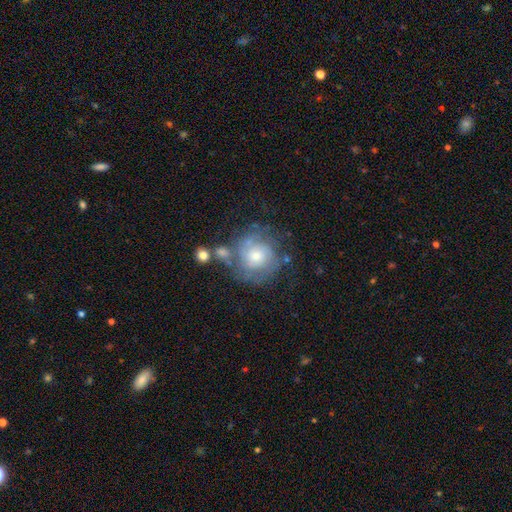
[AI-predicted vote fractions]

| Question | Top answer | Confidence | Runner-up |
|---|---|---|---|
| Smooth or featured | featured or disk | 62% | smooth (29%) |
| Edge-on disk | no | 97% | yes (3%) |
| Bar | no | 78% | weak (19%) |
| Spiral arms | yes | 76% | no (24%) |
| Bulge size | moderate | 58% | small (30%) |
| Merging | none | 59% | minor disturbance (19%) |